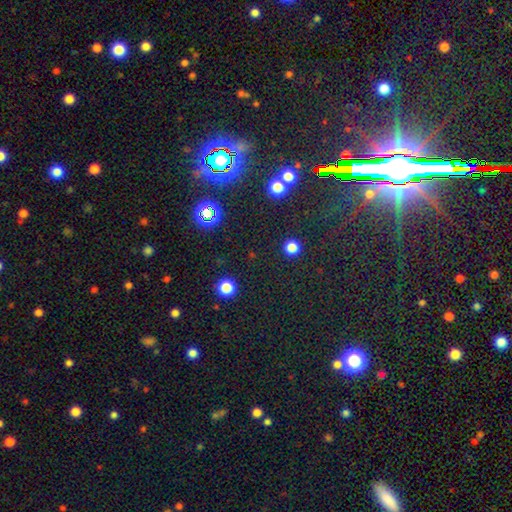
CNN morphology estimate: Smooth or featured?
  - star or artifact: 81% *
  - smooth: 10%
  - featured or disk: 9%